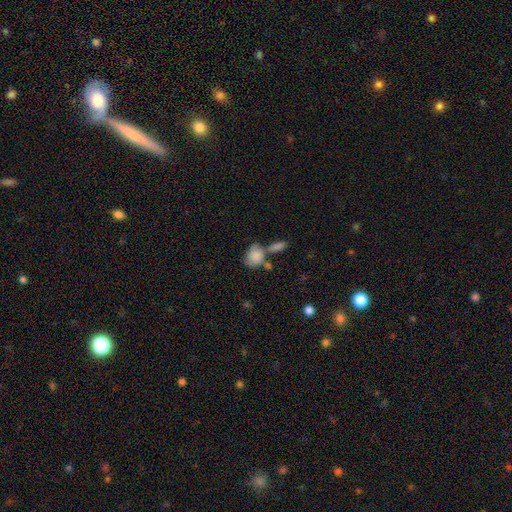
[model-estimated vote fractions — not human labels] Q: Smooth or featured?
A: smooth (81%); runner-up: featured or disk (12%)
Q: How rounded?
A: in between (67%); runner-up: round (31%)
Q: Merging?
A: merger (46%); runner-up: none (29%)